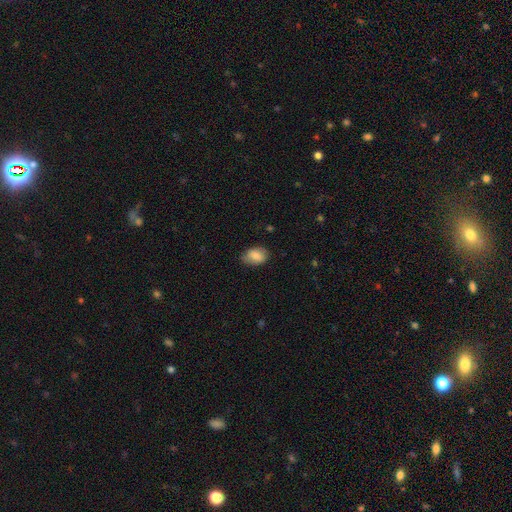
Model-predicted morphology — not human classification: smooth-or-featured: smooth: 82% | featured or disk: 11% | star or artifact: 7%
  how-rounded: in between: 81% | round: 18% | cigar-shaped: 1%
  merging: none: 71% | minor disturbance: 23% | major disturbance: 5% | merger: 1%